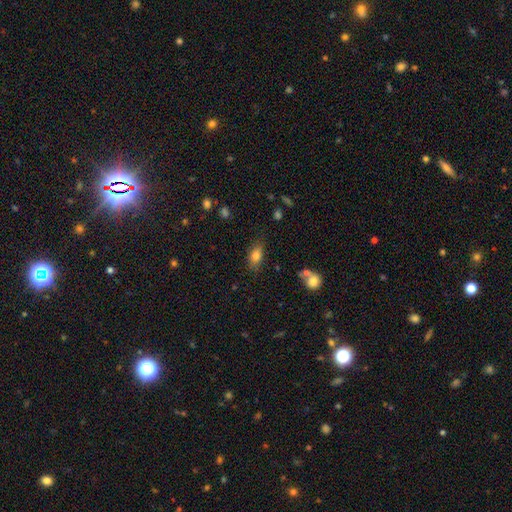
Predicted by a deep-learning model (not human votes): Smooth or featured? Predicted: smooth (p=0.80). How rounded? Predicted: in between (p=0.85). Merging? Predicted: none (p=0.77).